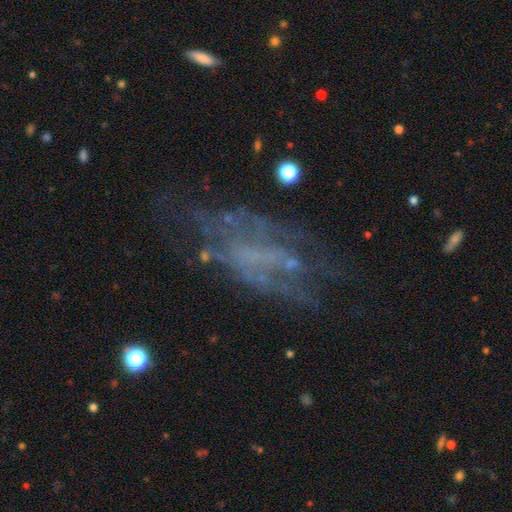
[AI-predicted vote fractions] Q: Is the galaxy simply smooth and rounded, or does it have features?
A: featured or disk — 66%.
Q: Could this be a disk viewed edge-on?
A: no — 92%.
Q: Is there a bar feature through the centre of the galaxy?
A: no — 66%.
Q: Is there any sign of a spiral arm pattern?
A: no — 57%.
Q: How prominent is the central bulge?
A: none — 73%.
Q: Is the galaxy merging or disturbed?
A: none — 47%.